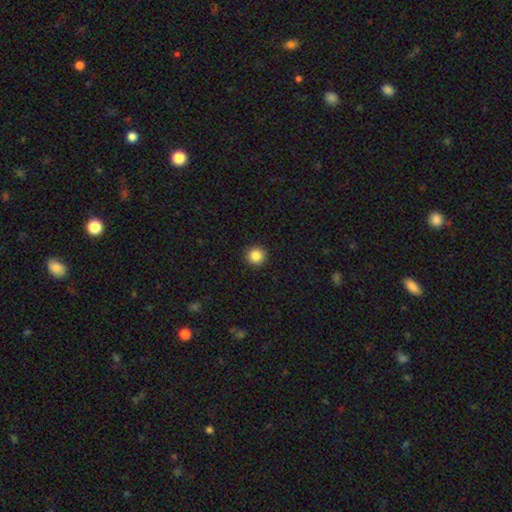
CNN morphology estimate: smooth 86%, star or artifact 10%, featured or disk 4%. Down the decision tree: how rounded — round (95%); merging — none (93%).